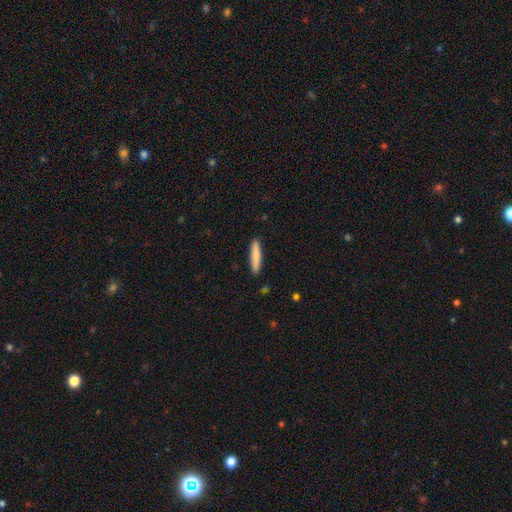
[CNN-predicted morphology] Q: Smooth or featured?
A: smooth (82%); runner-up: featured or disk (13%)
Q: How rounded?
A: cigar-shaped (89%); runner-up: in between (10%)
Q: Merging?
A: none (90%); runner-up: minor disturbance (7%)